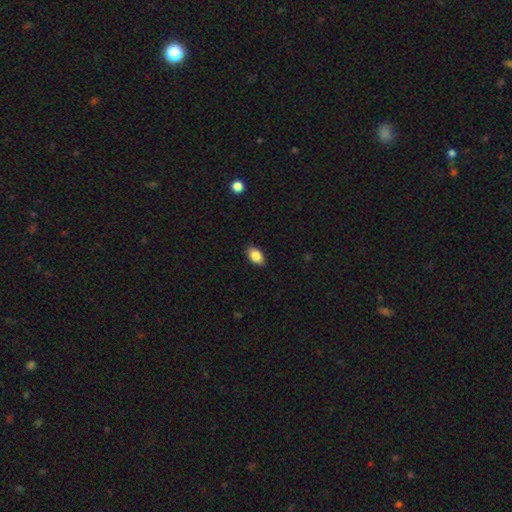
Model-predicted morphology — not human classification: type=smooth (84%); roundness=in between (89%); merging=none (86%).